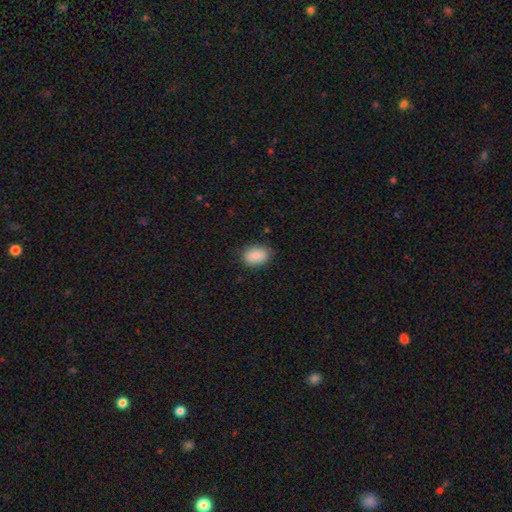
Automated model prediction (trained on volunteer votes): Smooth or featured? smooth (89%)
How rounded? in between (83%)
Merging? none (82%)